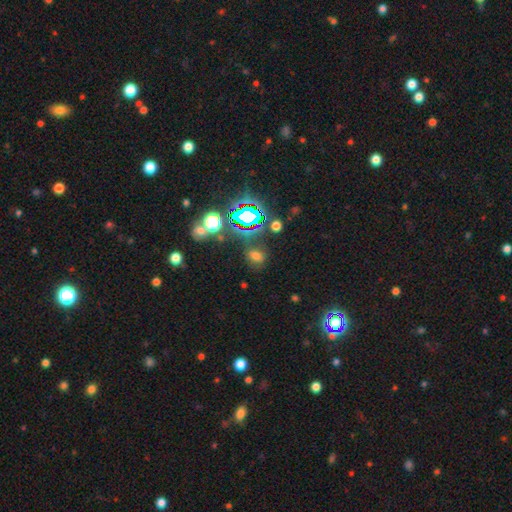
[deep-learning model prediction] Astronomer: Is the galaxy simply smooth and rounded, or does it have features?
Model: smooth — 57% (runner-up: star or artifact, 34%).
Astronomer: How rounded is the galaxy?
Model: in between — 54% (runner-up: round, 43%).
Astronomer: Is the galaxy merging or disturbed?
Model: none — 74%.